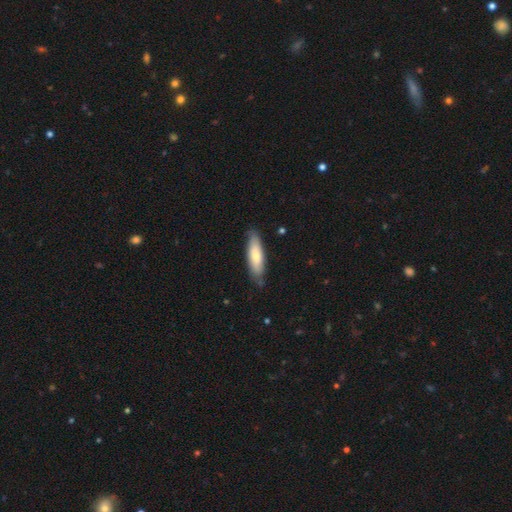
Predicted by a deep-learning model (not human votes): The model was most divided on "how rounded": cigar-shaped: 55%, in between: 43%, round: 2%. More confident: merging — none (78%); smooth or featured — smooth (68%).